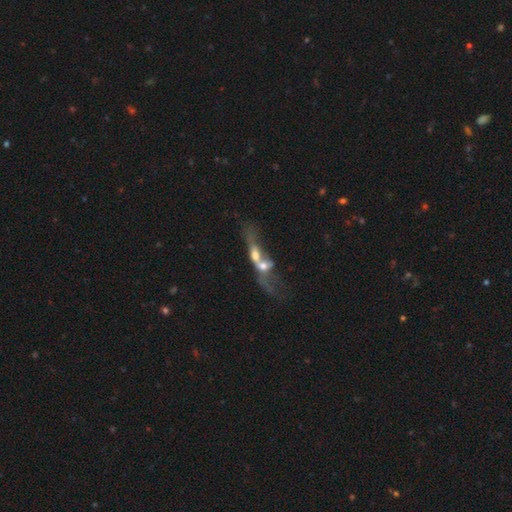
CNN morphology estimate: featured or disk 56%, smooth 33%, star or artifact 12%. Down the decision tree: edge-on disk — no (64%); merging — merger (69%).